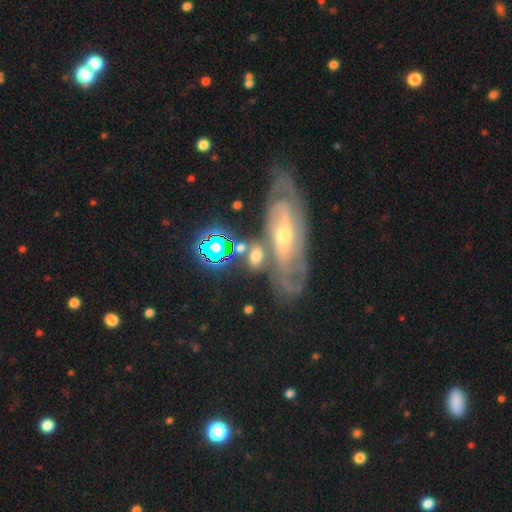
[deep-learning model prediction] Smooth or featured? Predicted: smooth (p=0.47). Merging? Predicted: none (p=0.52).